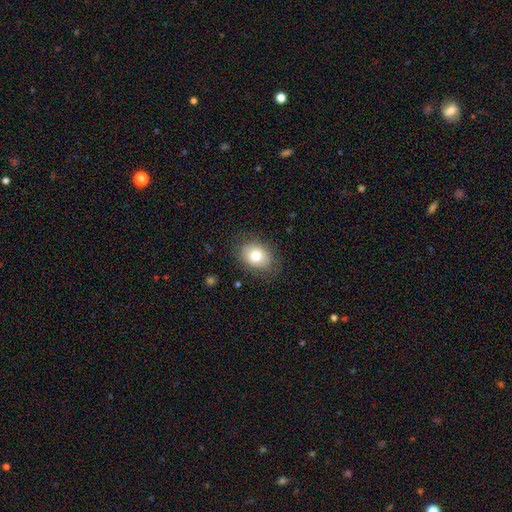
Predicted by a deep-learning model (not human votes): smooth 77%, featured or disk 14%, star or artifact 9%. Down the decision tree: how rounded — in between (64%); merging — none (81%).